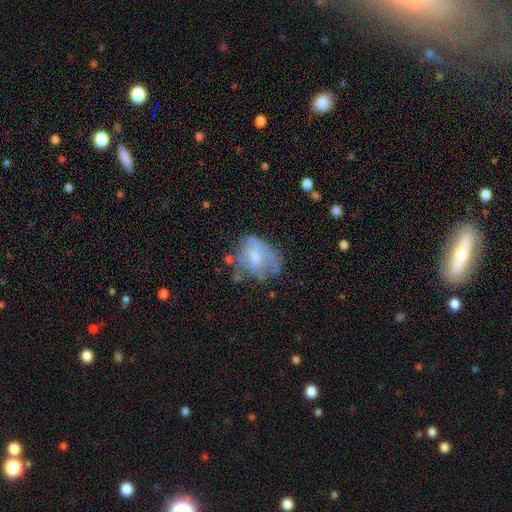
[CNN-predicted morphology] smooth-or-featured: smooth: 48% | featured or disk: 43% | star or artifact: 9%
  merging: none: 41% | minor disturbance: 29% | major disturbance: 24% | merger: 6%